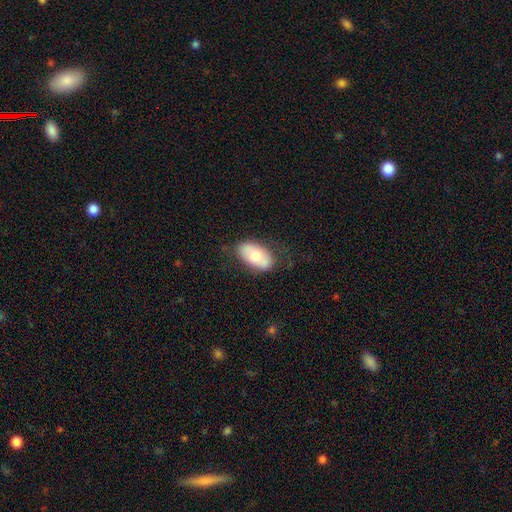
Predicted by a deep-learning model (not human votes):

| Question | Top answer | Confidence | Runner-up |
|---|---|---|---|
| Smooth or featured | smooth | 63% | featured or disk (30%) |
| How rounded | in between | 93% | round (4%) |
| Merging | none | 75% | minor disturbance (18%) |